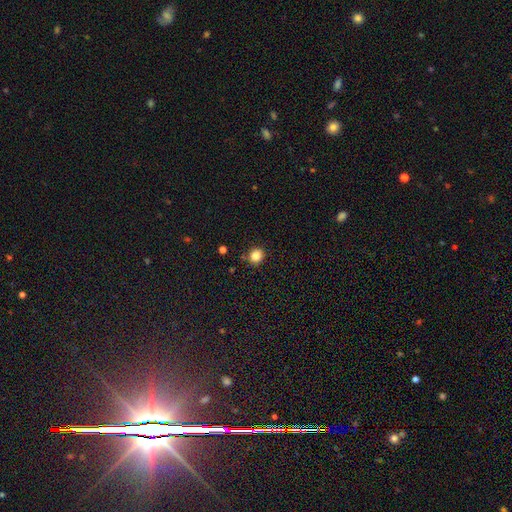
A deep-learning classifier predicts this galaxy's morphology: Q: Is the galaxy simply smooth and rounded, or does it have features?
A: smooth — 85%.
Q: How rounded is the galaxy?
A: round — 82%.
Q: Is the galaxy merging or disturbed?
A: none — 83%.